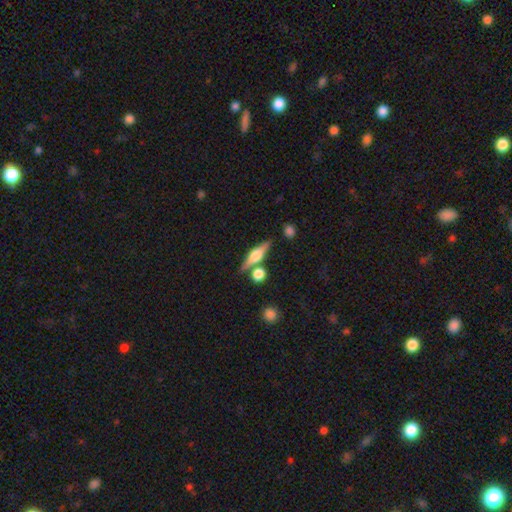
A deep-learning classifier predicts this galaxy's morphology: smooth-or-featured: featured or disk: 64% | smooth: 29% | star or artifact: 7%
  disk-edge-on: yes: 96% | no: 4%
    edge-on-bulge: rounded: 87% | boxy: 10% | none: 3%
  merging: none: 77% | merger: 11% | minor disturbance: 9% | major disturbance: 3%